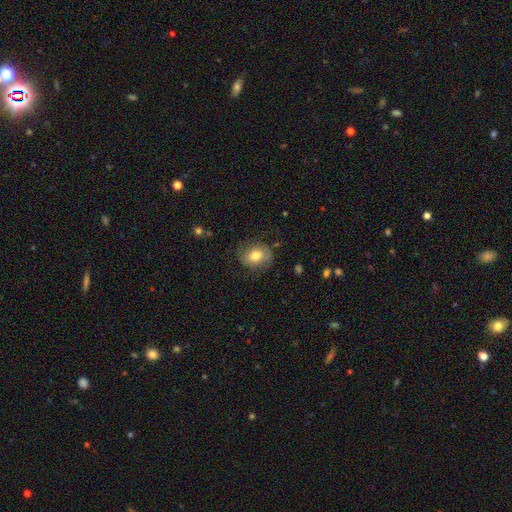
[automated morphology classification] smooth-or-featured: smooth: 69% | featured or disk: 23% | star or artifact: 8%
  how-rounded: round: 53% | in between: 46% | cigar-shaped: 1%
  merging: none: 73% | minor disturbance: 19% | major disturbance: 7% | merger: 1%